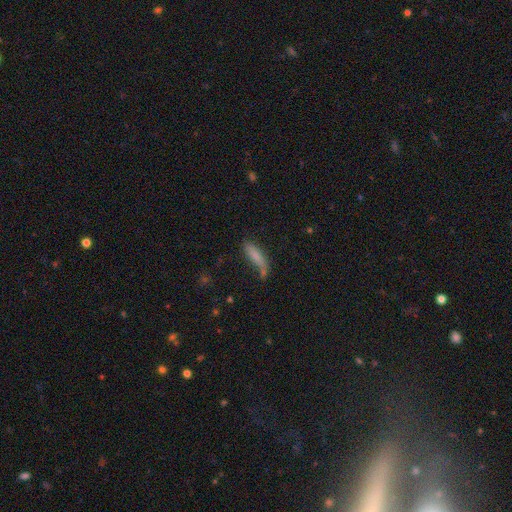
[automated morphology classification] smooth-or-featured: smooth: 76% | featured or disk: 16% | star or artifact: 8%
  how-rounded: cigar-shaped: 69% | in between: 29% | round: 2%
  merging: none: 51% | minor disturbance: 25% | major disturbance: 12% | merger: 12%